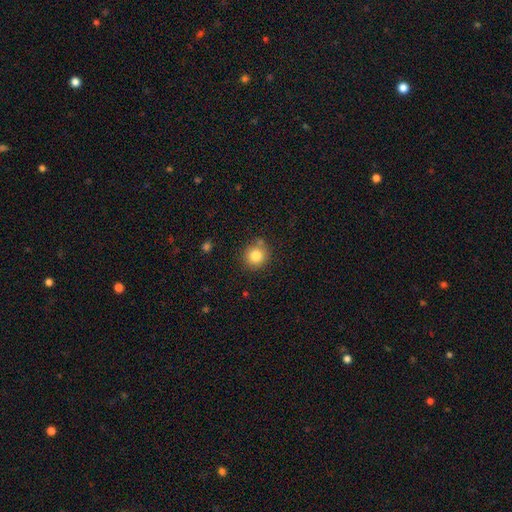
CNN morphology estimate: Smooth or featured? smooth (82%)
How rounded? round (91%)
Merging? none (80%)